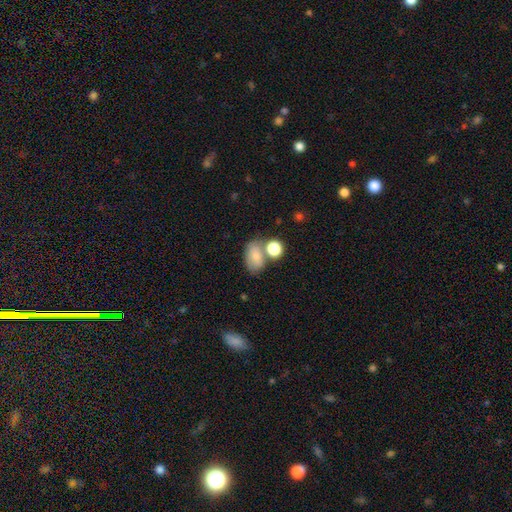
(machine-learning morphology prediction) This appears to be a smooth galaxy with no disk features (76%) that is in between round and cigar-shaped (82%). Merging: none (47%).